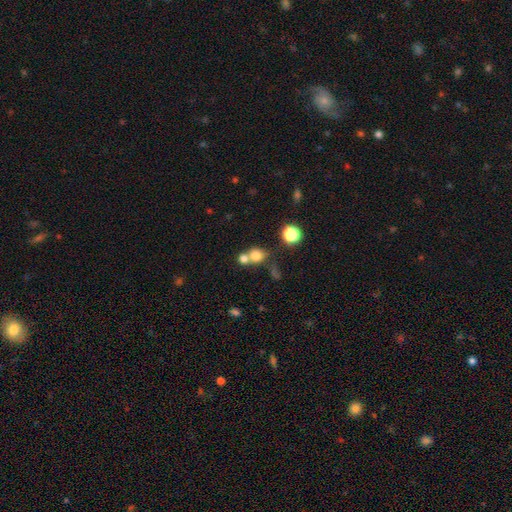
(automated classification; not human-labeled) smooth_or_featured: smooth (p=0.75) [alt: star or artifact p=0.14]
how_rounded: round (p=0.78) [alt: in between p=0.20]
merging: merger (p=0.46) [alt: none p=0.42]